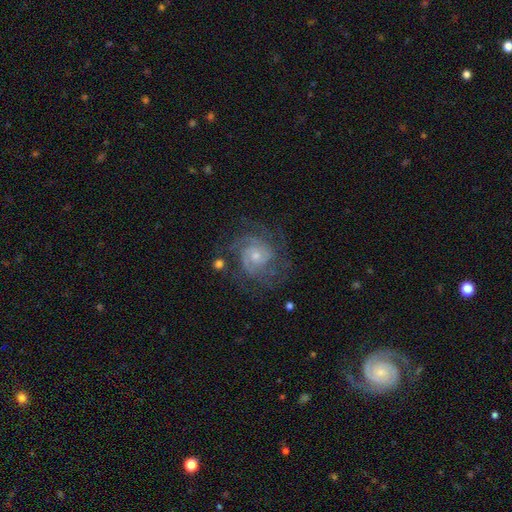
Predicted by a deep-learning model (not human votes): Smooth or featured?
  - featured or disk: 84% *
  - smooth: 8%
  - star or artifact: 8%
Edge-on disk?
  - no: 98% *
  - yes: 2%
Bar?
  - no: 67% *
  - weak: 28%
  - strong: 5%
Spiral arms?
  - yes: 96% *
  - no: 4%
Spiral winding?
  - tight: 61% *
  - medium: 32%
  - loose: 7%
Spiral arm count?
  - 2: 30% *
  - can't tell: 26%
  - 3: 23%
  - 4: 11%
  - more than 4: 6%
  - 1: 6%
Bulge size?
  - small: 64% *
  - moderate: 30%
  - none: 3%
  - large: 2%
  - dominant: 1%
Merging?
  - none: 74% *
  - minor disturbance: 14%
  - major disturbance: 9%
  - merger: 2%